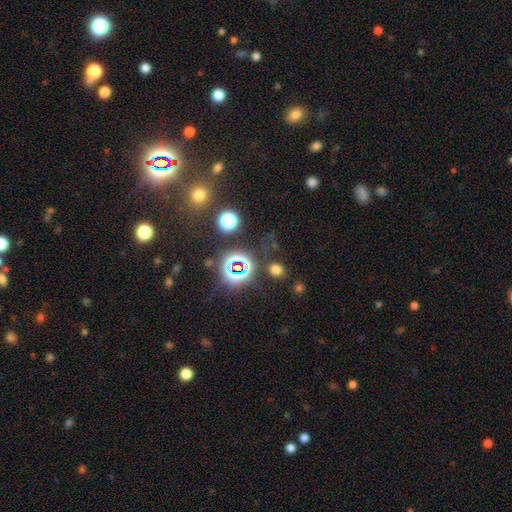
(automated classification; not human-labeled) Morphology: type=star or artifact (76%).